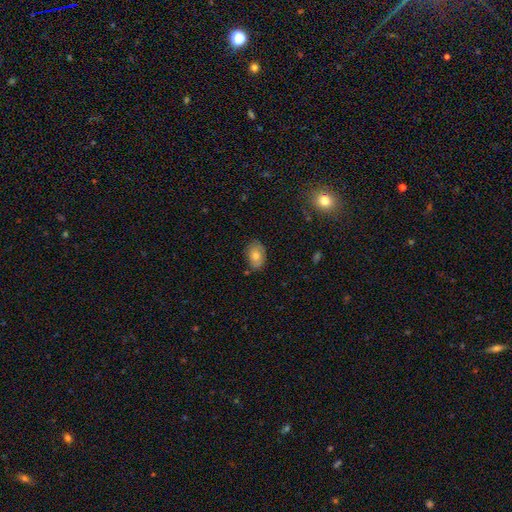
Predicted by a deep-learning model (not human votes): Overall: smooth (70%). How rounded: in between (78%). Merging: none (78%).